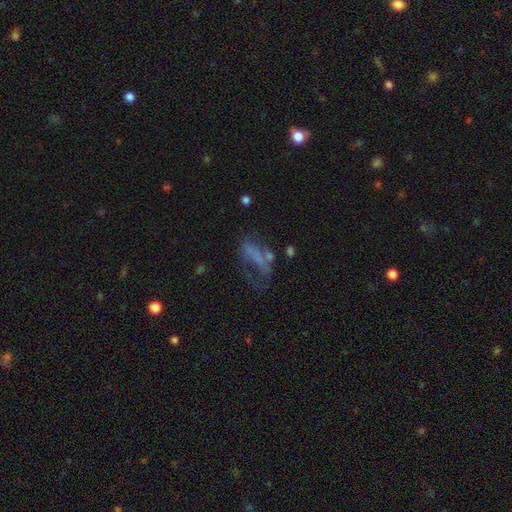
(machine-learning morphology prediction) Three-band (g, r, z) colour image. It shows a featured or disk galaxy (43%). Merging: major disturbance (47%).